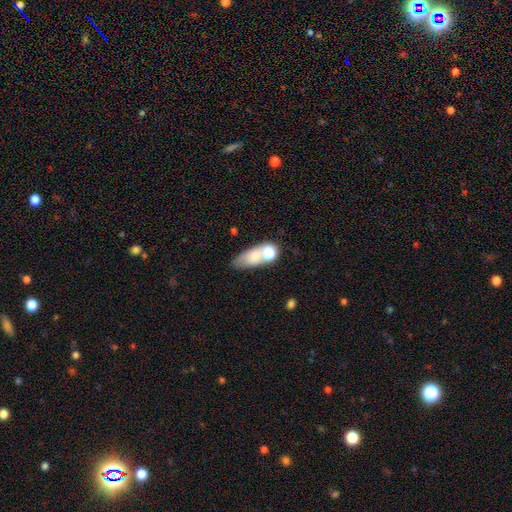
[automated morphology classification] A smooth galaxy with no disk features (68%) that is in between round and cigar-shaped (69%). Merging: merger (39%).